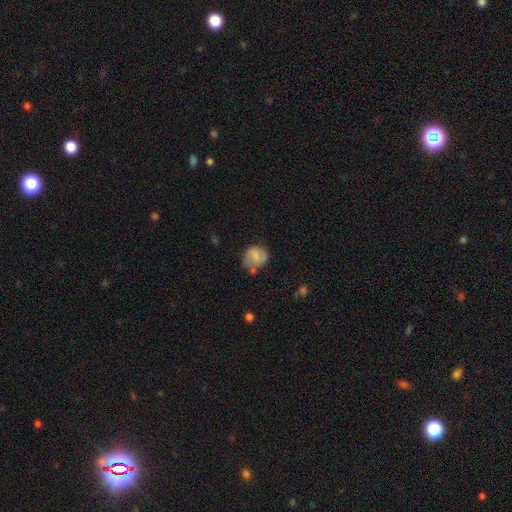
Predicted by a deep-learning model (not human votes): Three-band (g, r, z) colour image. It shows a smooth galaxy with no disk features (67%) that is round (73%). Merging: none (53%).